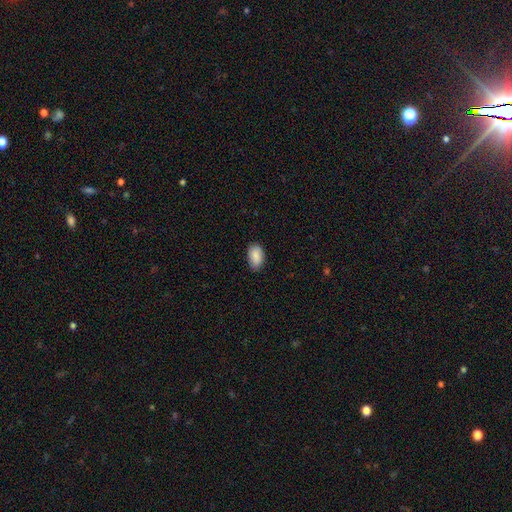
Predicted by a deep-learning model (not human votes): Q: Smooth or featured?
A: smooth (88%); runner-up: star or artifact (7%)
Q: How rounded?
A: in between (94%); runner-up: round (5%)
Q: Merging?
A: none (82%); runner-up: minor disturbance (15%)